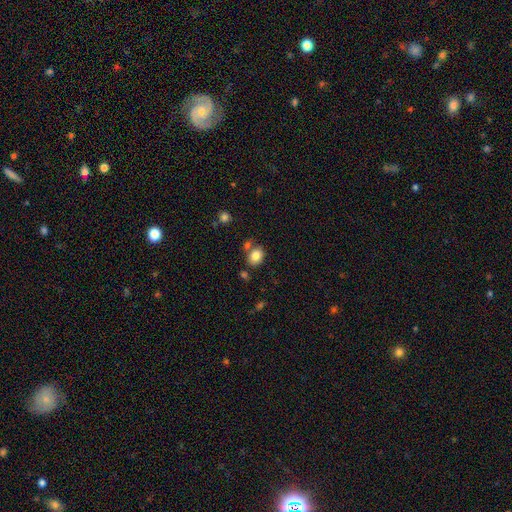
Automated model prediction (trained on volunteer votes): Smooth or featured? Predicted: smooth (p=0.82). How rounded? Predicted: in between (p=0.55). Merging? Predicted: none (p=0.67).